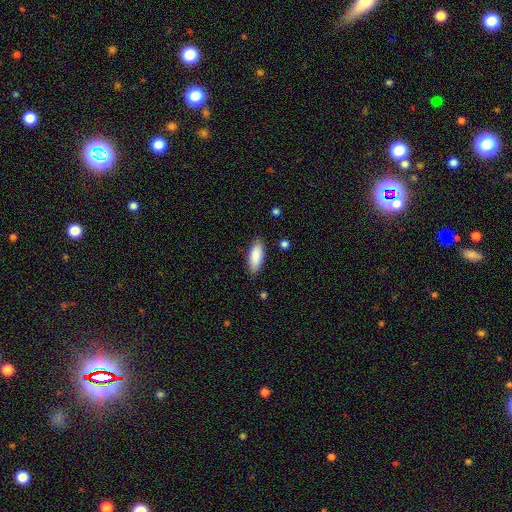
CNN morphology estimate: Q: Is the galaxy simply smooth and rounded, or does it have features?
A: smooth — 88%.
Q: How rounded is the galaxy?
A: in between — 77%.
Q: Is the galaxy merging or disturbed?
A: none — 85%.